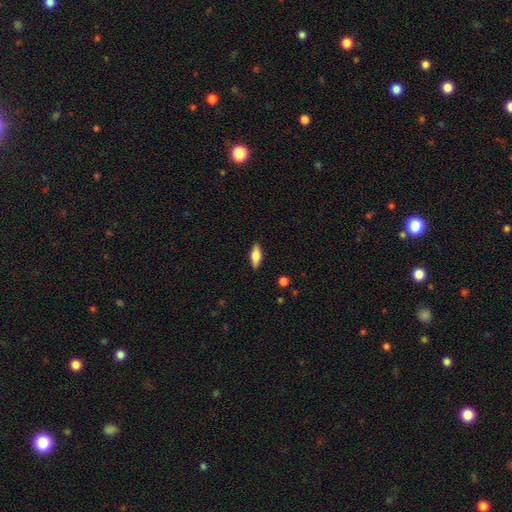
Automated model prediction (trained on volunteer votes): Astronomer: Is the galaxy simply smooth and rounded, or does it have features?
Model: smooth — 50% (runner-up: featured or disk, 43%).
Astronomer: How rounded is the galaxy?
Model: in between — 65%.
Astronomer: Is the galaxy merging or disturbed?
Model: none — 88%.